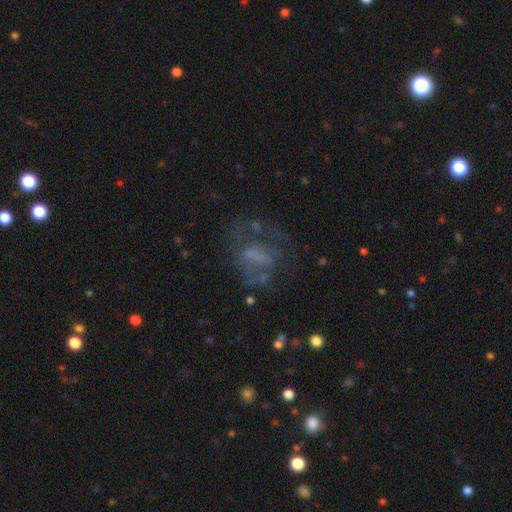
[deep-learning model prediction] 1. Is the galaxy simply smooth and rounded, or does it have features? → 53% featured or disk, 28% smooth, 18% star or artifact.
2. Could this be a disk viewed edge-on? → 97% no, 3% yes.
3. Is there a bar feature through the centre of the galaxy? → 61% no, 29% weak, 10% strong.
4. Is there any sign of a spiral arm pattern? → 64% no, 36% yes.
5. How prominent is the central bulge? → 51% none, 23% small, 20% moderate, 5% large, 1% dominant.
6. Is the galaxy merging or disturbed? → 43% none, 34% major disturbance, 18% minor disturbance, 5% merger.